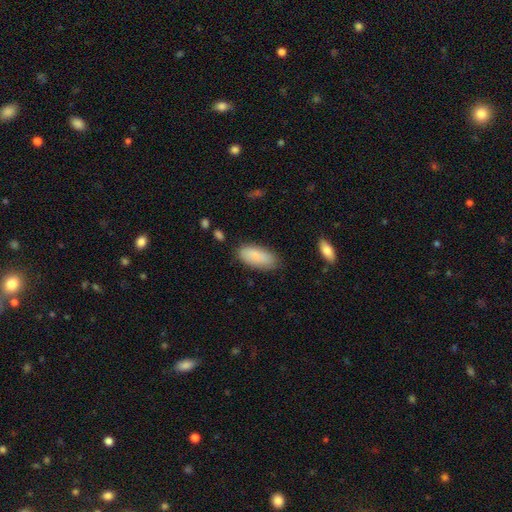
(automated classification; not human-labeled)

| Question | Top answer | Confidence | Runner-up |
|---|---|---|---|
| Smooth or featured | smooth | 87% | featured or disk (7%) |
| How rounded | in between | 84% | cigar-shaped (14%) |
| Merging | none | 80% | minor disturbance (15%) |